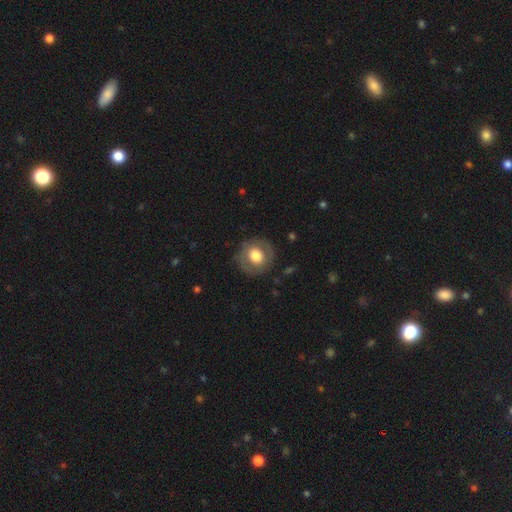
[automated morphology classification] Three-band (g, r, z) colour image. It shows a smooth galaxy with no disk features (61%) that is round (88%). Merging: none (83%).